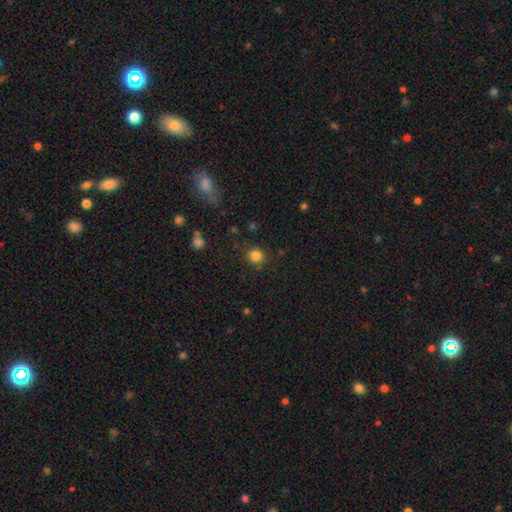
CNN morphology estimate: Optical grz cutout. It shows a smooth galaxy with no disk features (83%) that is round (85%). Merging: none (84%).